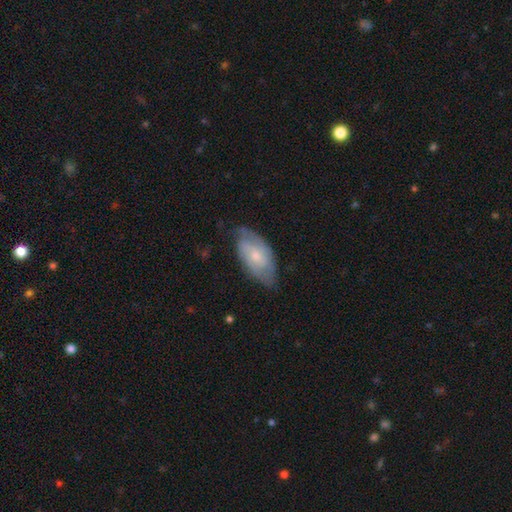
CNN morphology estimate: smooth_or_featured: featured or disk (p=0.53) [alt: smooth p=0.41]
disk_edge_on: no (p=0.92) [alt: yes p=0.08]
merging: none (p=0.62) [alt: minor disturbance p=0.29]